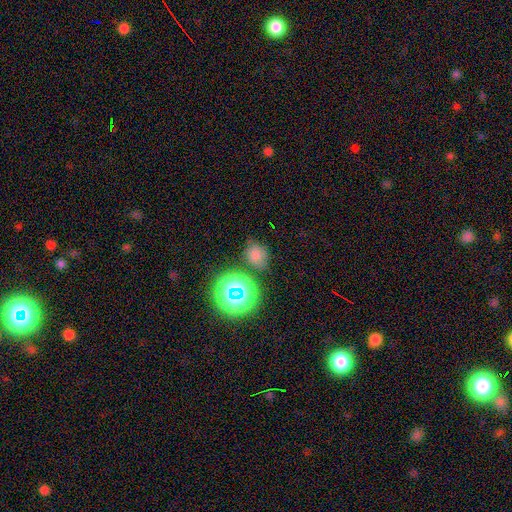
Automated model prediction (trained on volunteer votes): Smooth or featured? Predicted: smooth (p=0.66). How rounded? Predicted: round (p=0.57). Merging? Predicted: none (p=0.70).